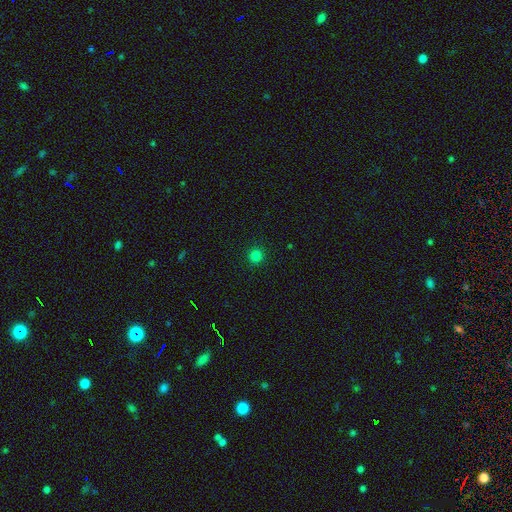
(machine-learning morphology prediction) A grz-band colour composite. It shows a smooth galaxy with no disk features (81%) that is round (95%). Merging: none (93%).